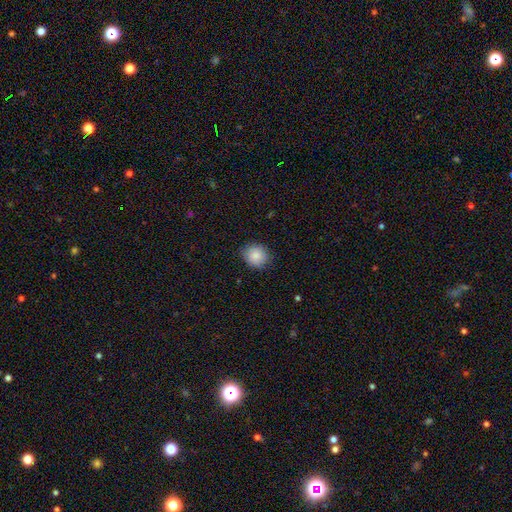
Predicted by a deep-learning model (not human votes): A smooth galaxy with no disk features (85%) that is round (79%).

Vote fractions:
- Smooth or featured? smooth: 85% / star or artifact: 8% / featured or disk: 7%
- How rounded? round: 79% / in between: 20% / cigar-shaped: 1%
- Merging? none: 85% / minor disturbance: 12% / major disturbance: 2% / merger: 1%